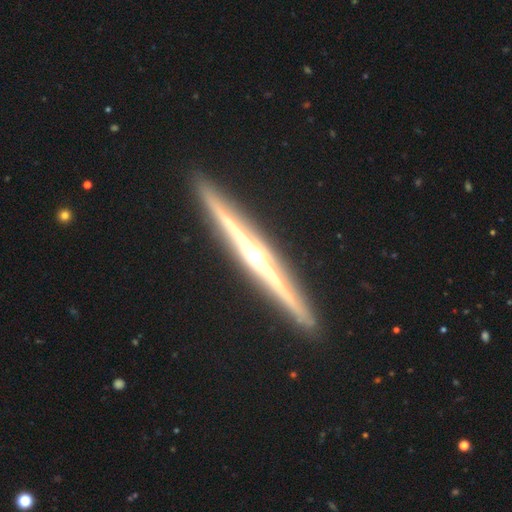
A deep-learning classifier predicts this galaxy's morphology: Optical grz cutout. It shows a featured or disk galaxy (88%) viewed edge-on (99%) with a rounded central bulge (85%). Merging: none (92%).